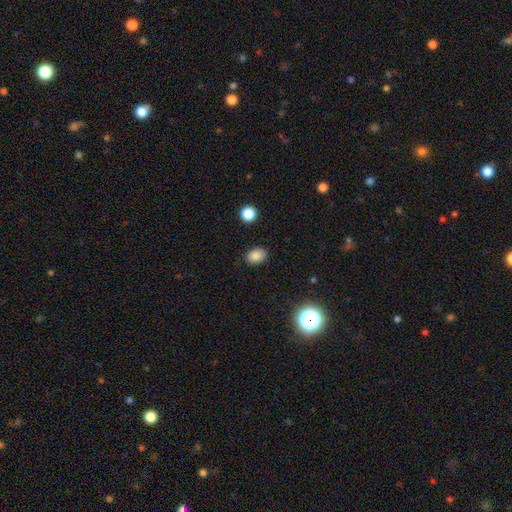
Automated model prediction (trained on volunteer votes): Smooth or featured? smooth (85%)
How rounded? in between (71%)
Merging? none (87%)